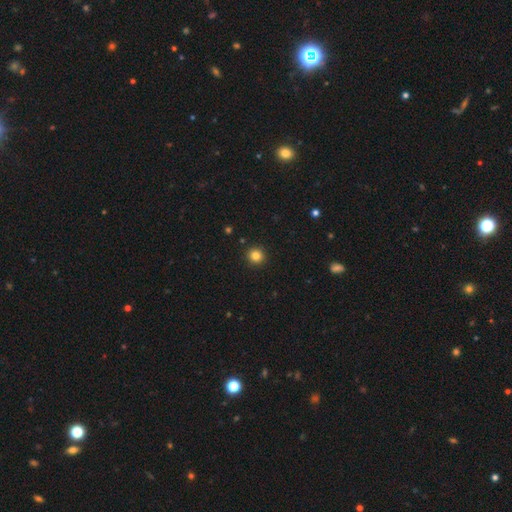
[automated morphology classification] smooth-or-featured: smooth: 83% | star or artifact: 12% | featured or disk: 5%
  how-rounded: round: 94% | in between: 5% | cigar-shaped: 1%
  merging: none: 93% | minor disturbance: 5% | major disturbance: 2% | merger: 1%